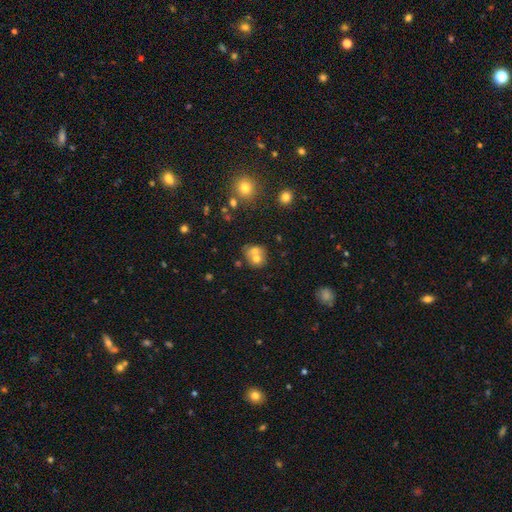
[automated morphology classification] This appears to be a smooth galaxy with no disk features (63%) that is round (71%). Merging: merger (56%).